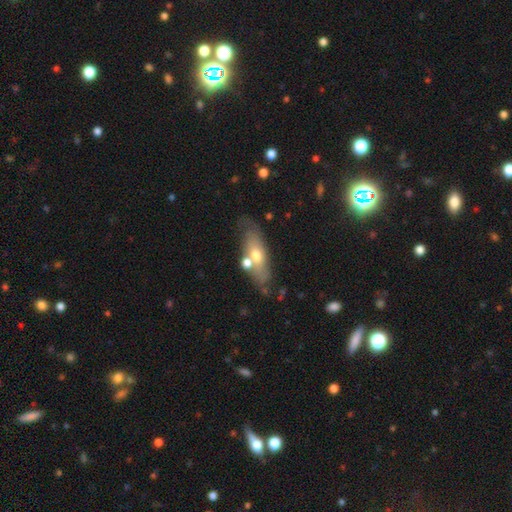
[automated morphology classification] smooth 51%, featured or disk 42%, star or artifact 8%. Down the decision tree: how rounded — in between (67%); merging — none (58%).